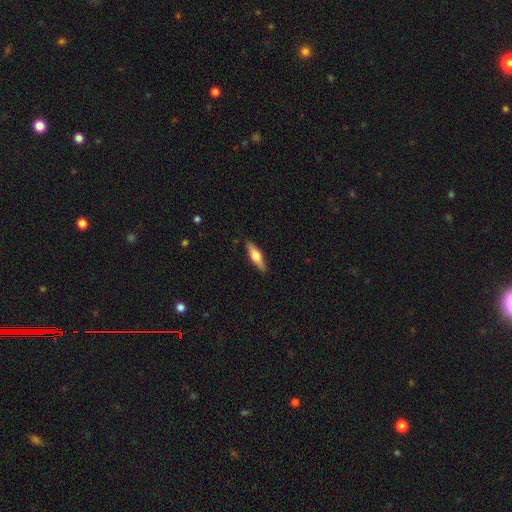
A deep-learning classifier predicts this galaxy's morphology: Q: Smooth or featured?
A: smooth (53%); runner-up: featured or disk (42%)
Q: How rounded?
A: cigar-shaped (61%); runner-up: in between (36%)
Q: Merging?
A: none (88%); runner-up: minor disturbance (9%)